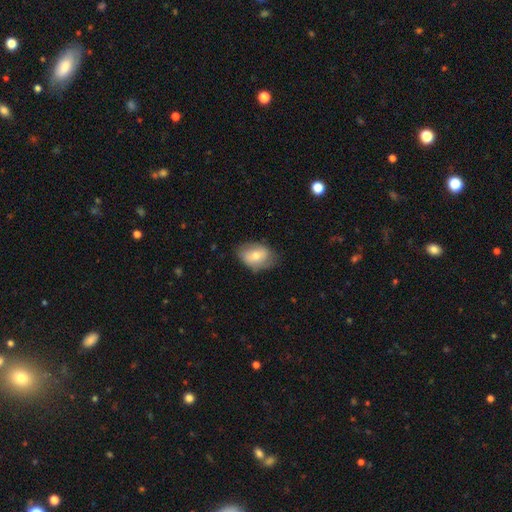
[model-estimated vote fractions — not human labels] This appears to be a smooth galaxy with no disk features (64%) that is in between round and cigar-shaped (77%). Merging: none (68%).